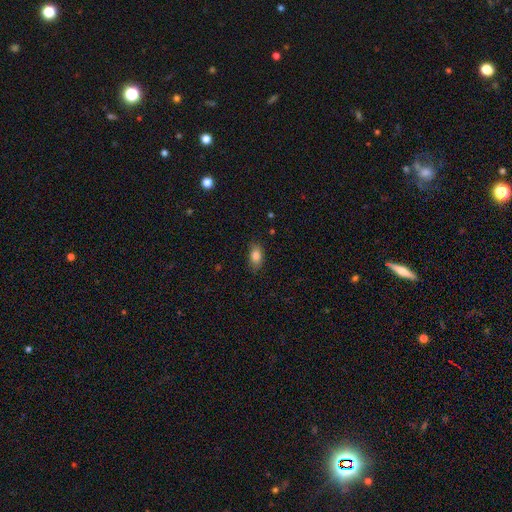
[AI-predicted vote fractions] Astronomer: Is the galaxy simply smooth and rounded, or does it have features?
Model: smooth — 84%.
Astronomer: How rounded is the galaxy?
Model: in between — 88%.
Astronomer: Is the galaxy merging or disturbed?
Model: none — 85%.